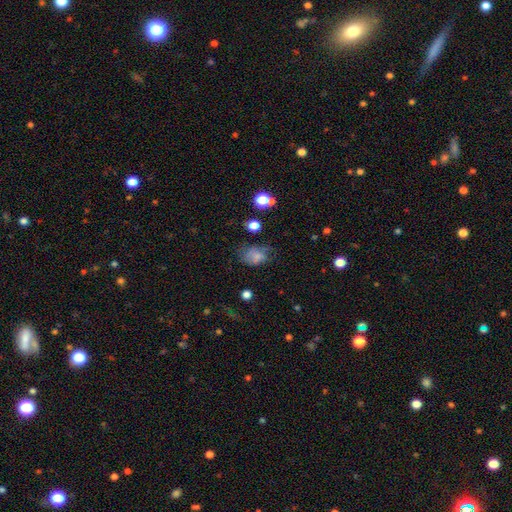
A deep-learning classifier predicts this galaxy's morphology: smooth-or-featured: smooth: 68% | featured or disk: 18% | star or artifact: 14%
  how-rounded: in between: 71% | round: 28% | cigar-shaped: 1%
  merging: none: 41% | minor disturbance: 31% | major disturbance: 24% | merger: 4%